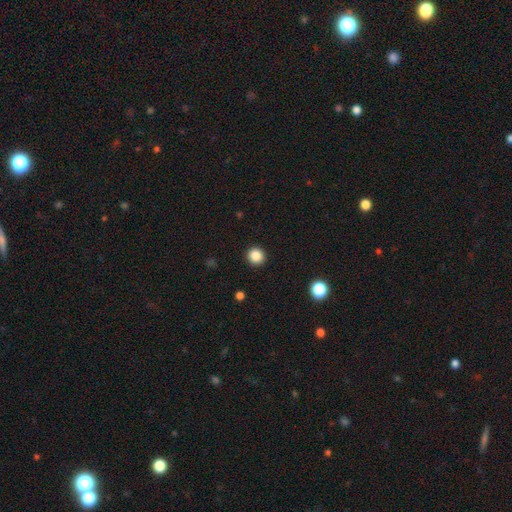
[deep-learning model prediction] smooth 87%, star or artifact 10%, featured or disk 3%. Down the decision tree: how rounded — round (94%); merging — none (93%).